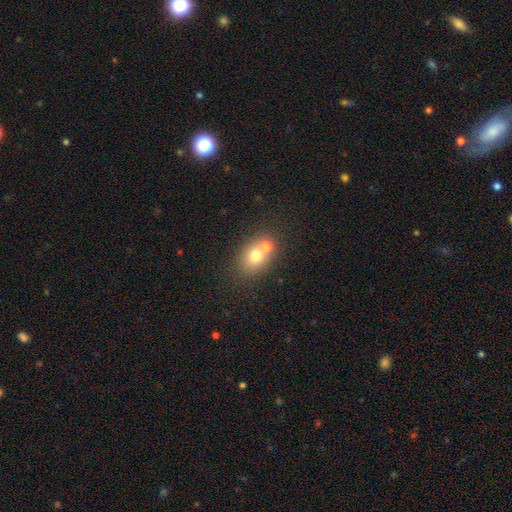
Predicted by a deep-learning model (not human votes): Smooth or featured? Predicted: smooth (p=0.70). How rounded? Predicted: round (p=0.50). Merging? Predicted: merger (p=0.48).